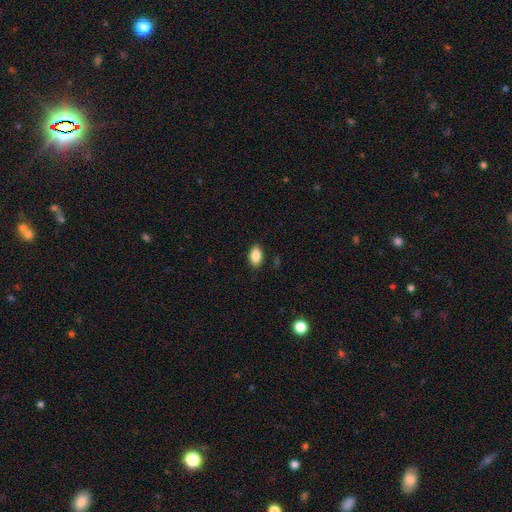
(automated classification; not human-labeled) smooth-or-featured: smooth: 86% | star or artifact: 8% | featured or disk: 6%
  how-rounded: in between: 91% | round: 7% | cigar-shaped: 2%
  merging: none: 87% | minor disturbance: 10% | major disturbance: 2% | merger: 1%